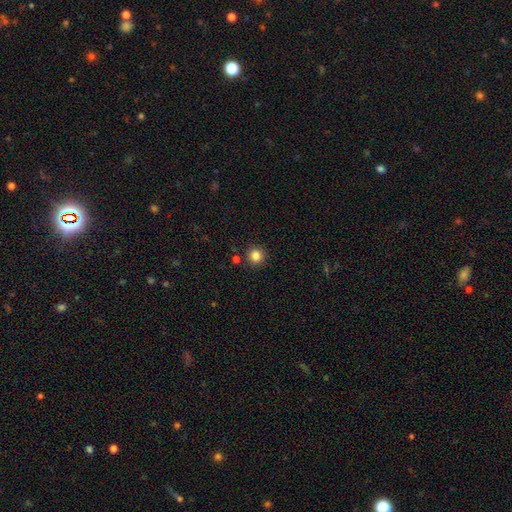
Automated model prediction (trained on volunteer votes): A smooth galaxy with no disk features (84%) that is round (95%).

Vote fractions:
- Smooth or featured? smooth: 84% / star or artifact: 12% / featured or disk: 4%
- How rounded? round: 95% / in between: 4% / cigar-shaped: 1%
- Merging? none: 89% / minor disturbance: 6% / merger: 3% / major disturbance: 2%